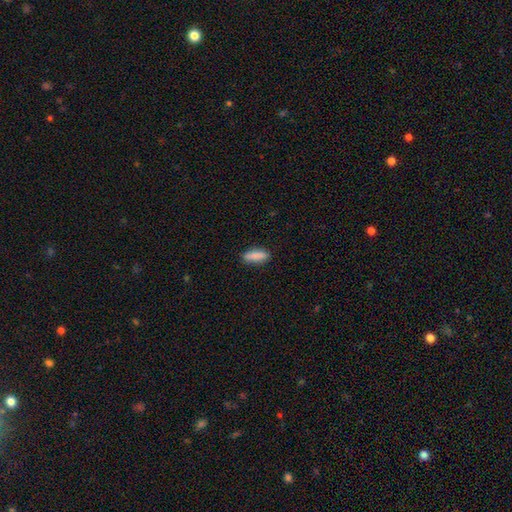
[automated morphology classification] Smooth or featured?
  - smooth: 88% *
  - star or artifact: 6%
  - featured or disk: 6%
How rounded?
  - in between: 56% *
  - cigar-shaped: 42%
  - round: 2%
Merging?
  - none: 87% *
  - minor disturbance: 10%
  - major disturbance: 2%
  - merger: 1%